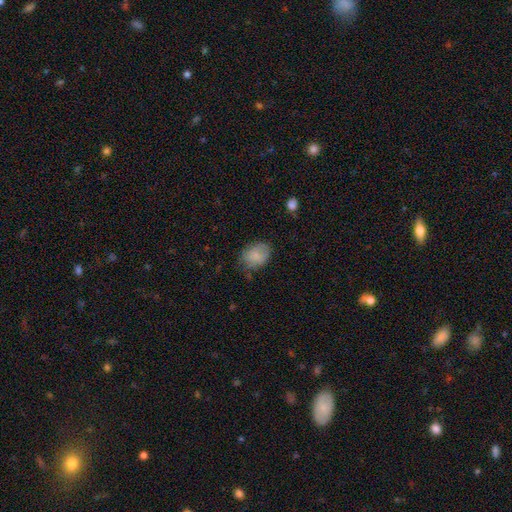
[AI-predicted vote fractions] Smooth or featured: smooth — 79% (featured or disk — 14%)
How rounded: in between — 70% (round — 29%)
Merging: none — 62% (minor disturbance — 28%)